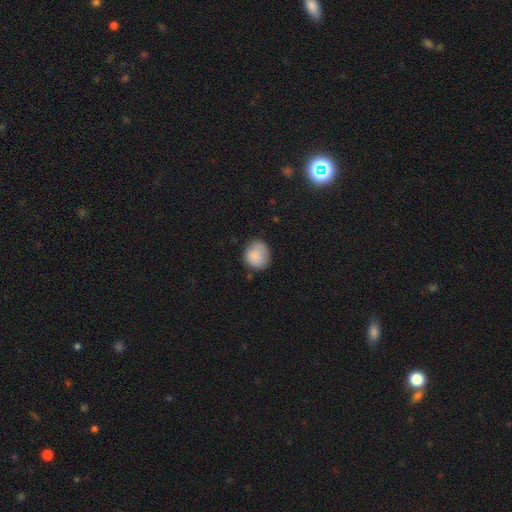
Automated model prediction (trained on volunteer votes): Smooth or featured? smooth (85%)
How rounded? round (73%)
Merging? none (64%)